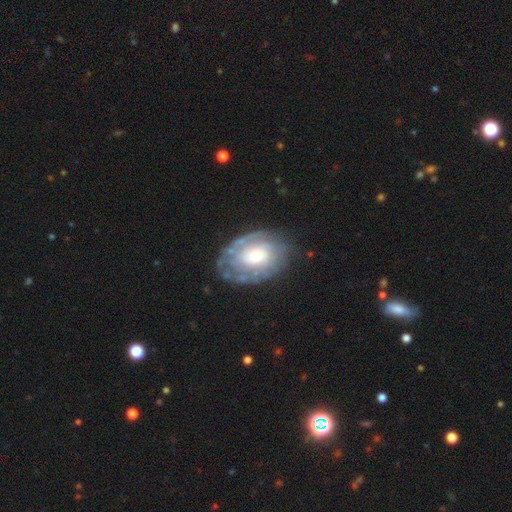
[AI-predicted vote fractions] Smooth or featured: featured or disk — 68% (smooth — 26%)
Edge-on disk: no — 96% (yes — 4%)
Bar: no — 78% (weak — 18%)
Spiral arms: yes — 69% (no — 31%)
Bulge size: moderate — 46% (small — 40%)
Merging: none — 70% (minor disturbance — 19%)